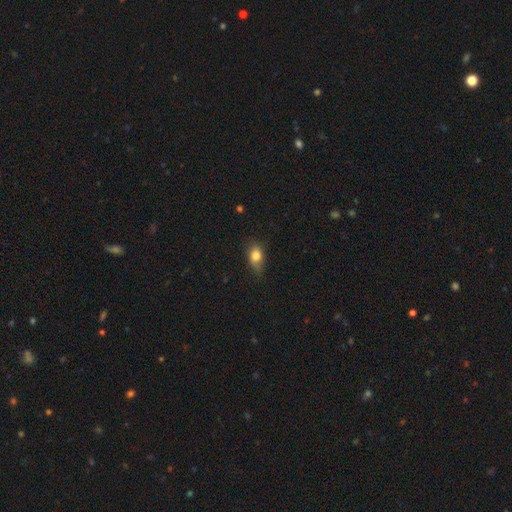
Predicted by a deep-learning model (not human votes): This appears to be a smooth galaxy with no disk features (80%) that is in between round and cigar-shaped (74%). Merging: none (56%).